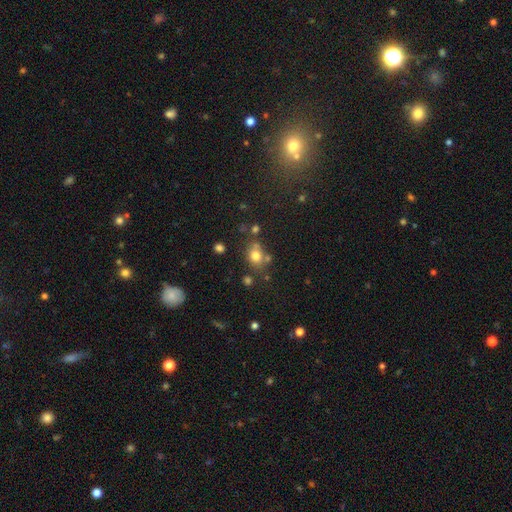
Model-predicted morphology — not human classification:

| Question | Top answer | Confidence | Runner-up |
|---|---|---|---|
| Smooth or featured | smooth | 74% | star or artifact (15%) |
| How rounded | round | 62% | in between (37%) |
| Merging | none | 61% | minor disturbance (16%) |